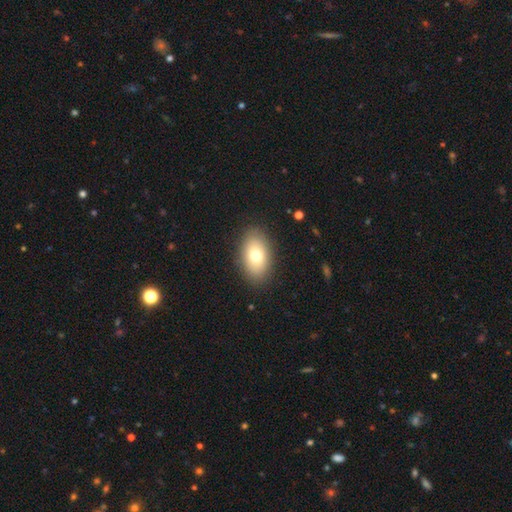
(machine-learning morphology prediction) Overall: smooth (76%). How rounded: in between (90%). Merging: none (87%).